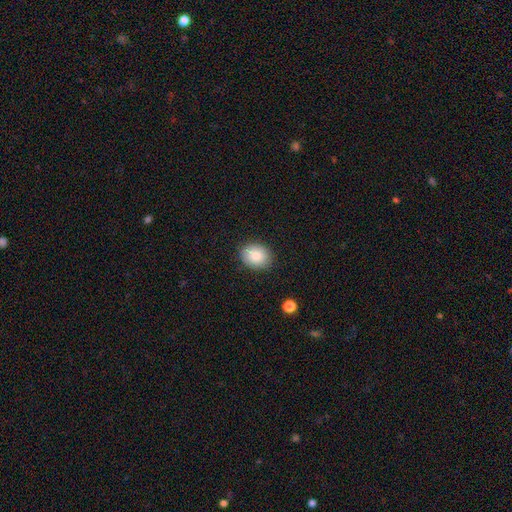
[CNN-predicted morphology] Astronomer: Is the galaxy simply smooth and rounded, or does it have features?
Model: smooth — 83%.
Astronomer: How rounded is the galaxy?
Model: in between — 51% (runner-up: round, 48%).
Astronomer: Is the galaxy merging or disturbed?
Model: none — 87%.